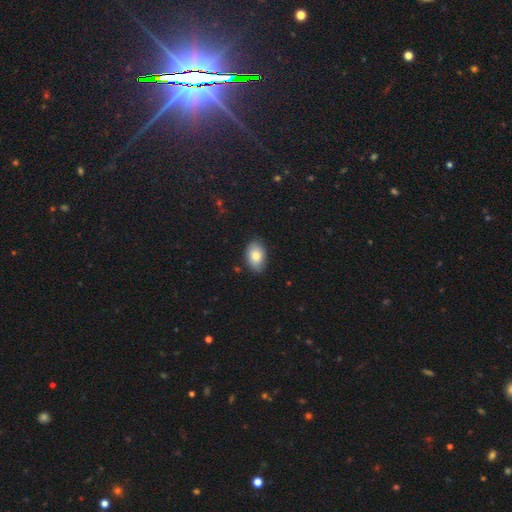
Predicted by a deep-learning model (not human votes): Morphology: type=smooth (80%); roundness=in between (90%); merging=none (83%).